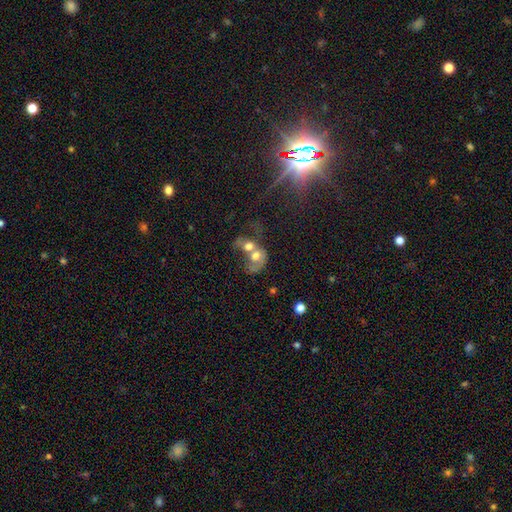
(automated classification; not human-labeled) smooth_or_featured: smooth (p=0.52) [alt: featured or disk p=0.37]
how_rounded: in between (p=0.57) [alt: round p=0.42]
merging: merger (p=0.80) [alt: major disturbance p=0.08]